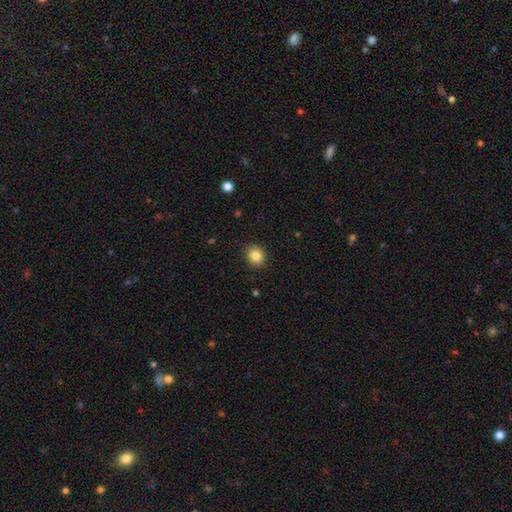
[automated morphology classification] This appears to be a smooth galaxy with no disk features (85%) that is round (81%). Merging: none (88%).